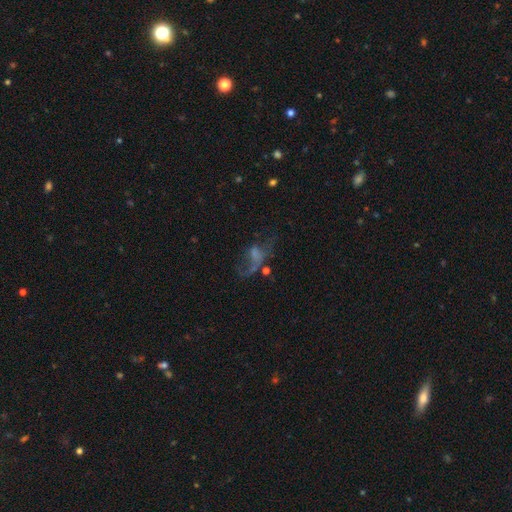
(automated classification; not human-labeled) Smooth or featured?
  - featured or disk: 50% *
  - smooth: 30%
  - star or artifact: 20%
Merging?
  - major disturbance: 46% *
  - none: 30%
  - minor disturbance: 15%
  - merger: 9%